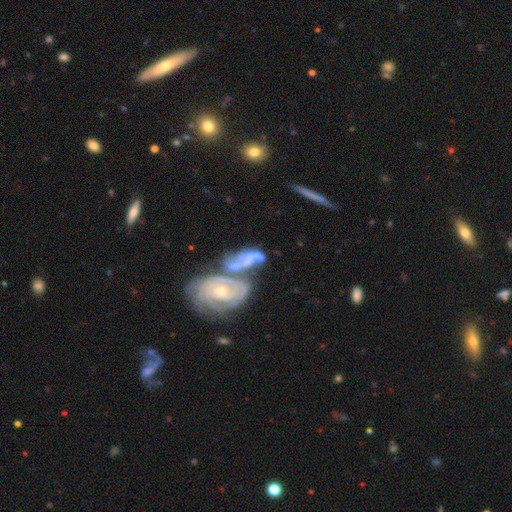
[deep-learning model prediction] Smooth or featured: featured or disk — 68% (smooth — 23%)
Edge-on disk: no — 96% (yes — 4%)
Bar: no — 73% (weak — 19%)
Spiral arms: yes — 65% (no — 35%)
Bulge size: small — 48% (moderate — 30%)
Merging: merger — 64% (major disturbance — 15%)